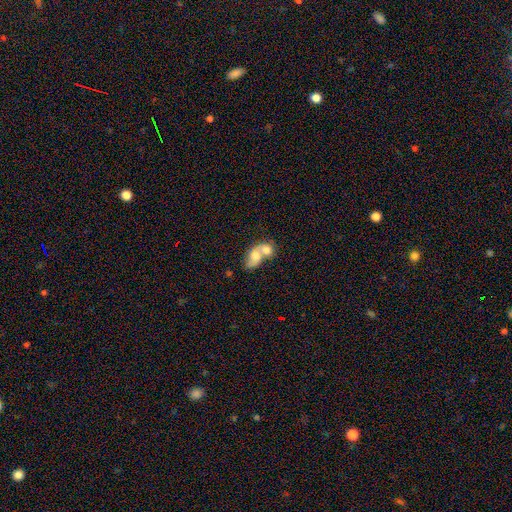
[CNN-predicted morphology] type=smooth (55%); roundness=in between (71%); merging=merger (77%).